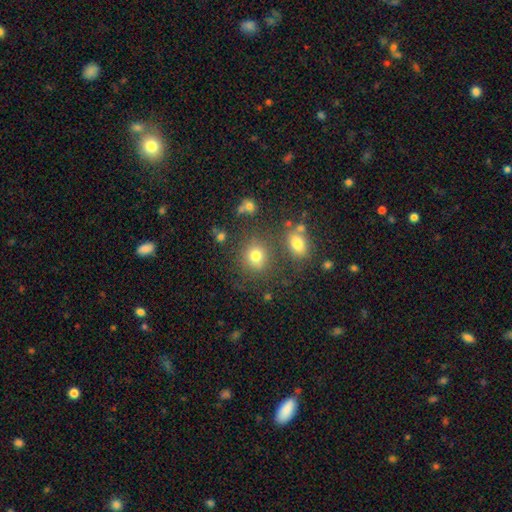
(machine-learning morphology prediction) Smooth or featured: smooth — 74% (star or artifact — 17%)
How rounded: round — 80% (in between — 19%)
Merging: none — 72% (minor disturbance — 12%)